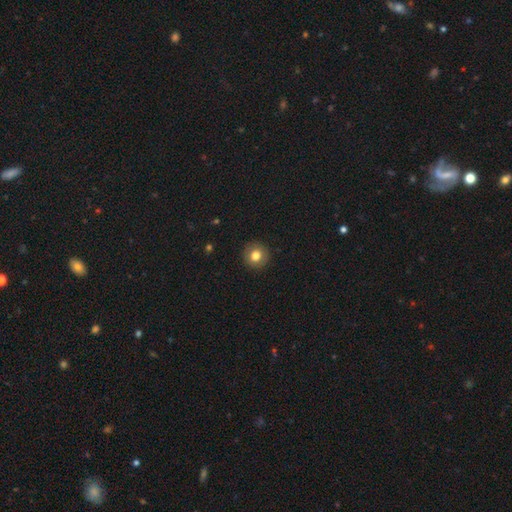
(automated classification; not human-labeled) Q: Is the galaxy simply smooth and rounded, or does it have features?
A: smooth — 80%.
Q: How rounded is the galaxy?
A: round — 93%.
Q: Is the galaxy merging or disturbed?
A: none — 91%.